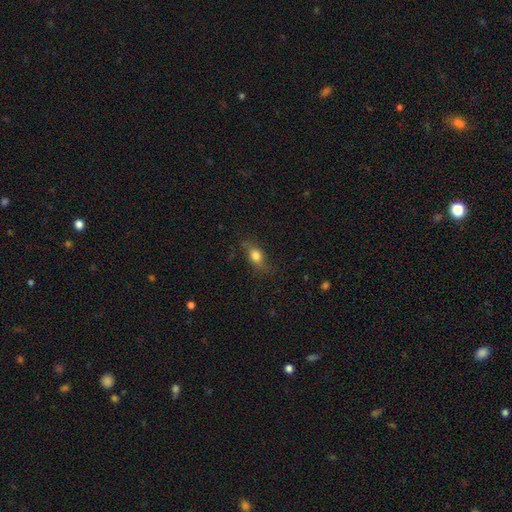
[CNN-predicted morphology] Smooth or featured? smooth (75%)
How rounded? in between (74%)
Merging? none (69%)